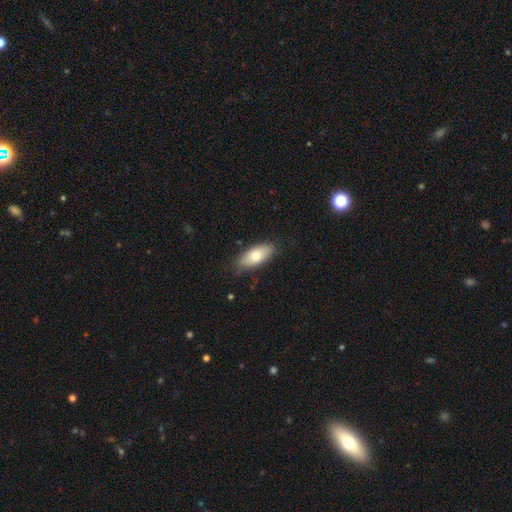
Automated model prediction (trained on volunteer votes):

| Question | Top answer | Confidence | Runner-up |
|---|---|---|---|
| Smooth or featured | smooth | 74% | featured or disk (19%) |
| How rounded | in between | 84% | cigar-shaped (13%) |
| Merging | none | 83% | minor disturbance (14%) |